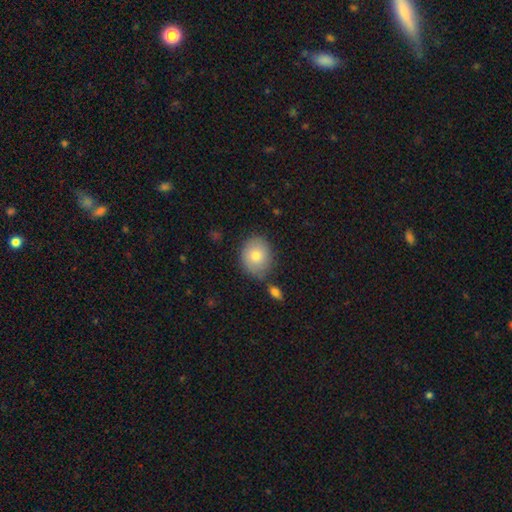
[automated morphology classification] This appears to be a smooth galaxy with no disk features (78%) that is round (59%). Merging: none (72%).